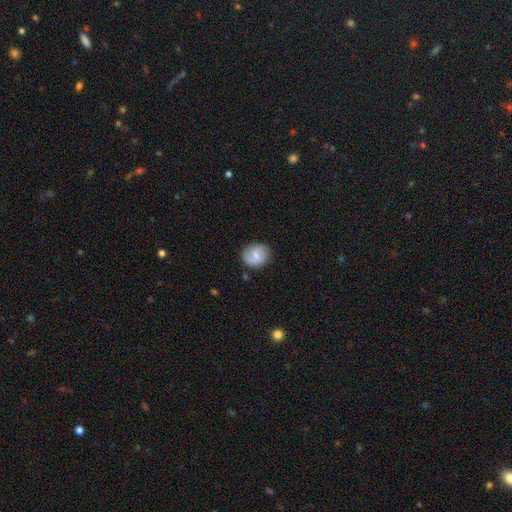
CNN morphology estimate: Smooth or featured? Predicted: smooth (p=0.48). Merging? Predicted: none (p=0.80).